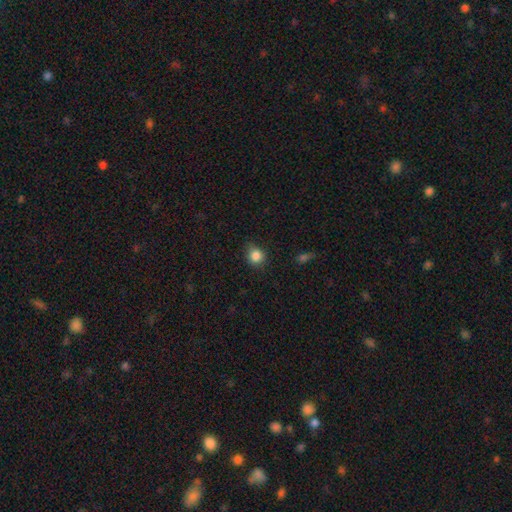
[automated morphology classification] This is clearly a smooth galaxy (85%). How rounded: clearly round (84%). Merging: likely none (78%).